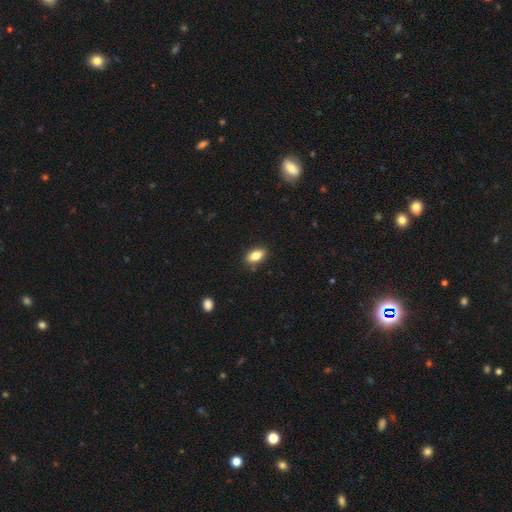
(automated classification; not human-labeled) Morphology: type=smooth (79%); roundness=in between (87%); merging=none (87%).